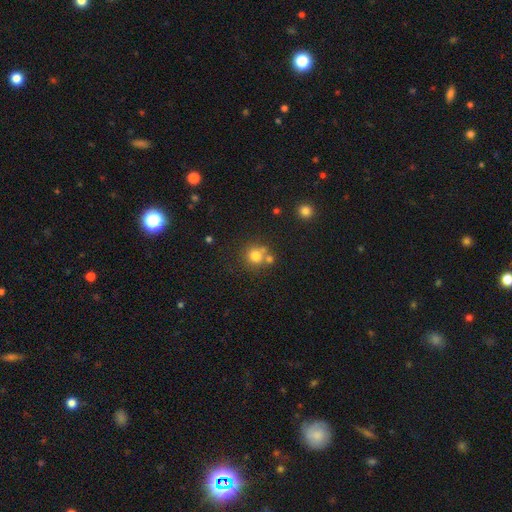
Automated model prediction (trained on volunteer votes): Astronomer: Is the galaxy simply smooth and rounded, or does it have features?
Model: smooth — 77%.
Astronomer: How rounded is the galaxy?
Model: round — 90%.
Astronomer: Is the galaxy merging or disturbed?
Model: none — 61%.